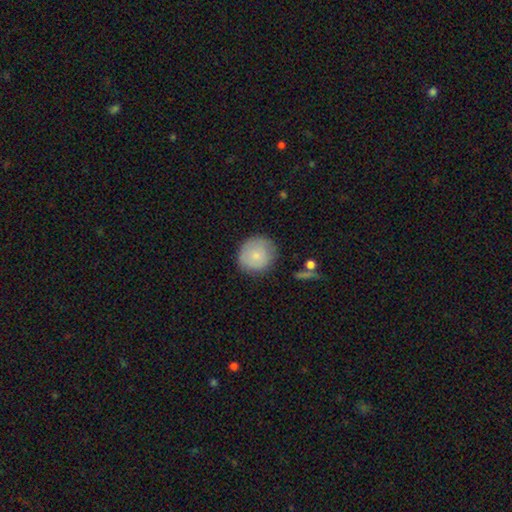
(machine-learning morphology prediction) This is likely a smooth galaxy (76%). How rounded: clearly round (90%). Merging: likely none (78%).